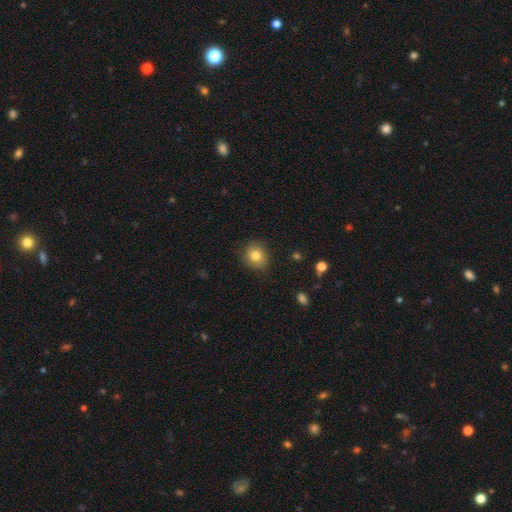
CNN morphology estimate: Overall: smooth (81%). How rounded: round (77%). Merging: none (85%).